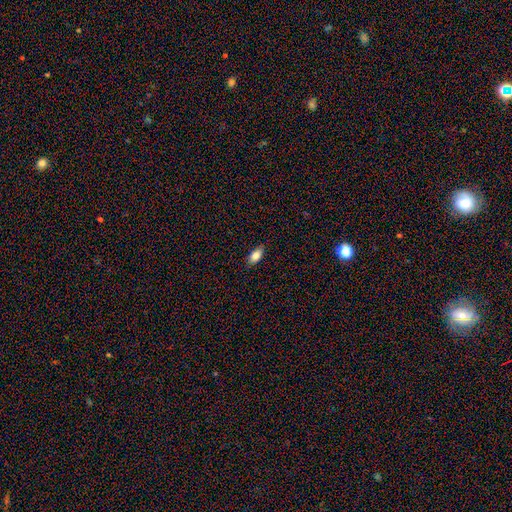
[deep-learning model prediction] This is clearly a smooth galaxy (81%). How rounded: clearly in between (87%). Merging: clearly none (84%).